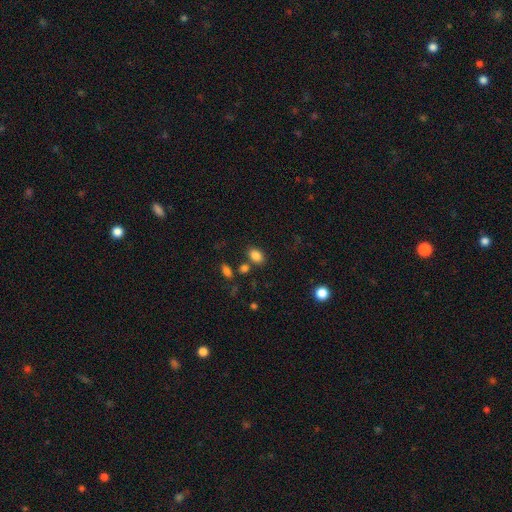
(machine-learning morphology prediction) This is clearly a smooth galaxy (84%). How rounded: likely in between (78%). Merging: likely none (74%).